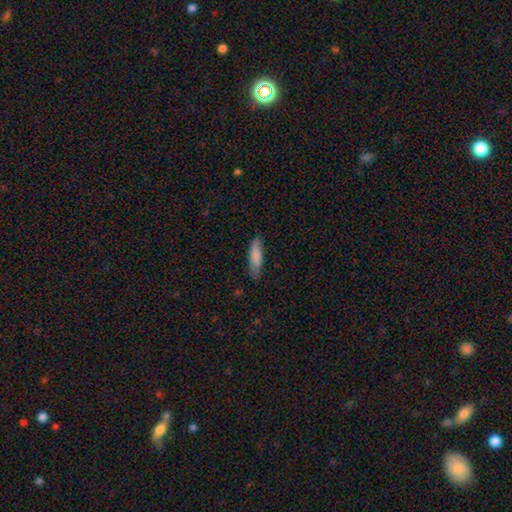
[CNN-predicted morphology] Q: Smooth or featured?
A: smooth (84%); runner-up: featured or disk (11%)
Q: How rounded?
A: cigar-shaped (62%); runner-up: in between (36%)
Q: Merging?
A: none (80%); runner-up: minor disturbance (16%)